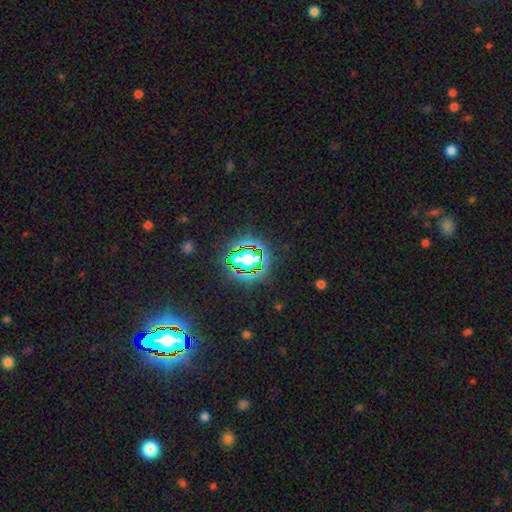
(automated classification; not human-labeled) A star or artifact, not a galaxy (81%).

Vote fractions:
- Smooth or featured? star or artifact: 81% / smooth: 12% / featured or disk: 8%